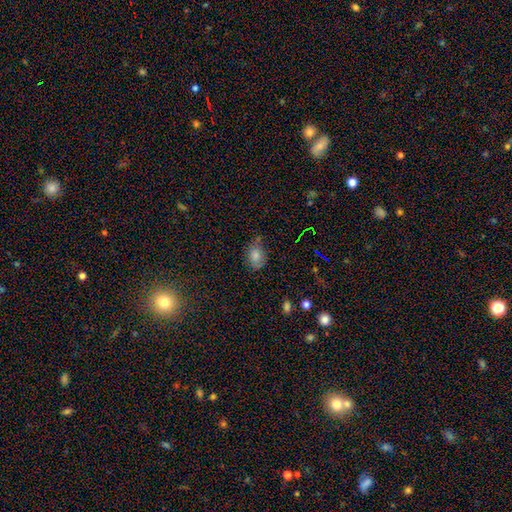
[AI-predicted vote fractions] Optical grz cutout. It shows a smooth galaxy with no disk features (76%) that is in between round and cigar-shaped (81%). Merging: none (62%).